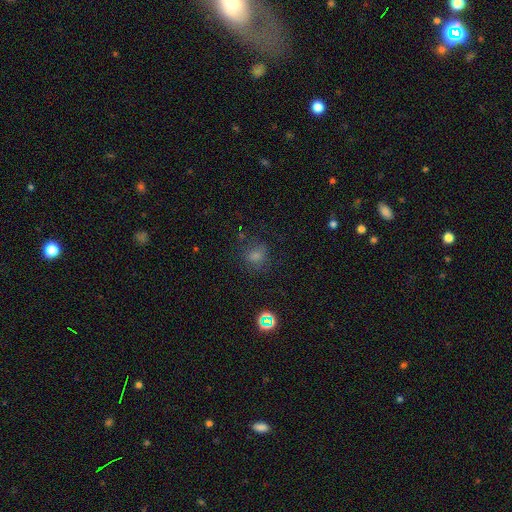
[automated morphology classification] type=smooth (58%); roundness=round (71%); merging=none (77%).